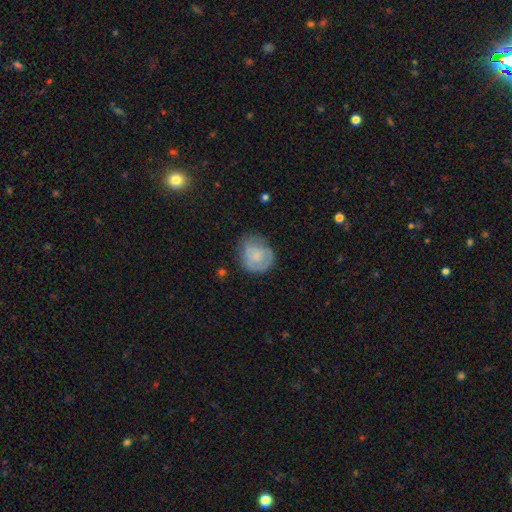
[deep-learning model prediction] A smooth galaxy with no disk features (61%) that is round (71%). Merging: none (53%).